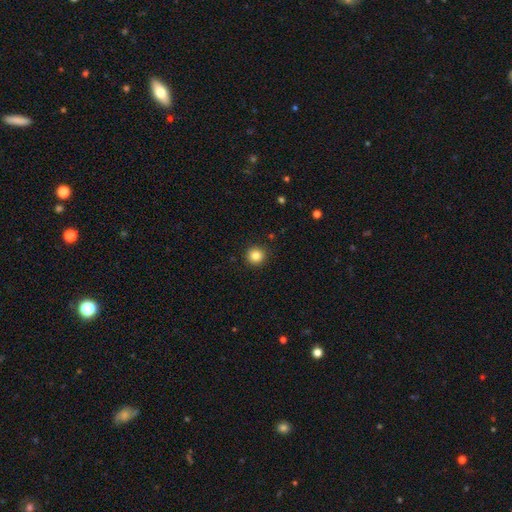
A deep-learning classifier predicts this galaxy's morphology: A smooth galaxy with no disk features (84%) that is round (95%).

Vote fractions:
- Smooth or featured? smooth: 84% / star or artifact: 11% / featured or disk: 5%
- How rounded? round: 95% / in between: 4% / cigar-shaped: 1%
- Merging? none: 92% / minor disturbance: 5% / major disturbance: 2% / merger: 1%